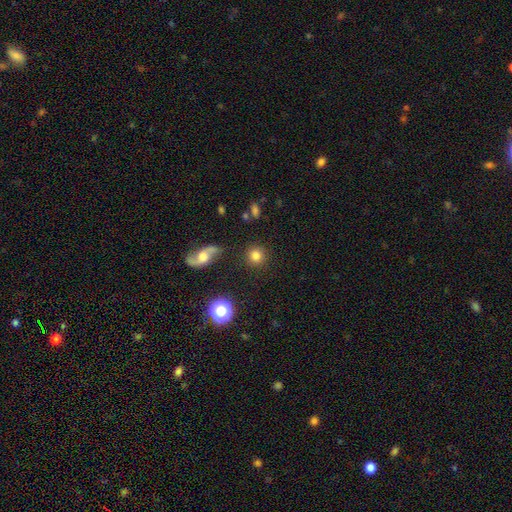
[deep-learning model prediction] smooth-or-featured: smooth: 79% | featured or disk: 11% | star or artifact: 11%
  how-rounded: round: 92% | in between: 6% | cigar-shaped: 1%
  merging: none: 87% | minor disturbance: 7% | merger: 3% | major disturbance: 3%